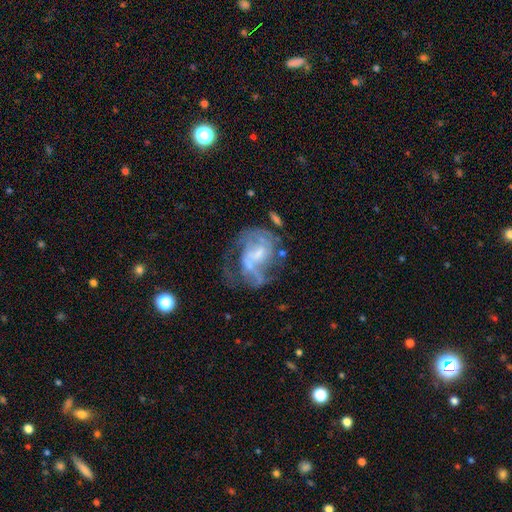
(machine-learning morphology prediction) featured or disk 73%, smooth 17%, star or artifact 10%. Down the decision tree: edge-on disk — no (97%); bar — no (55%); spiral arms — yes (66%); bulge size — small (44%); merging — major disturbance (35%).